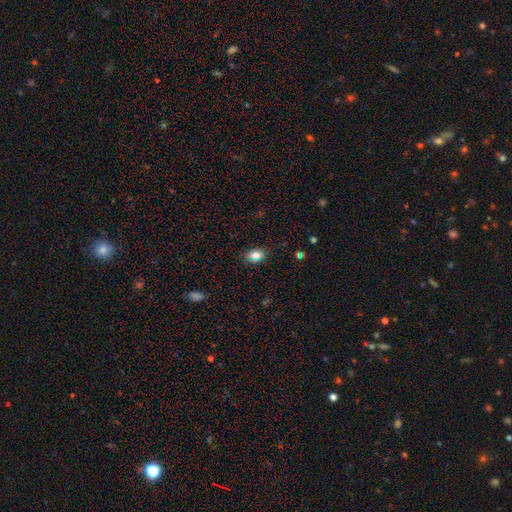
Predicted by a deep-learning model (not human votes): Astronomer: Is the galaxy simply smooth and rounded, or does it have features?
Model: smooth — 81%.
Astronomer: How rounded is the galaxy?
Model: in between — 77%.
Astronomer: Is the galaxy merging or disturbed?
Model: none — 84%.